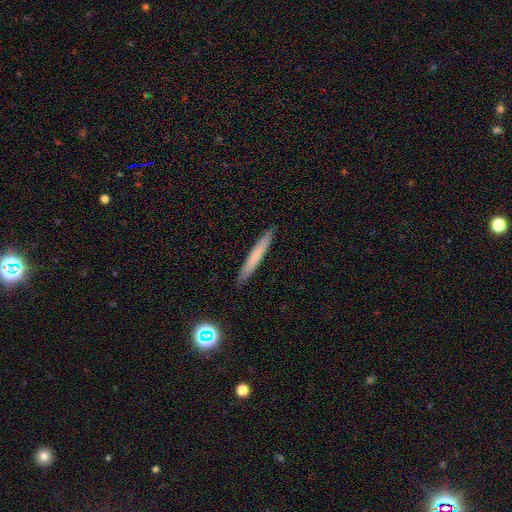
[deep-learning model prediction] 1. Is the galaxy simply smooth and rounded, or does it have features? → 65% smooth, 28% featured or disk, 7% star or artifact.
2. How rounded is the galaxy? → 96% cigar-shaped, 3% in between, 1% round.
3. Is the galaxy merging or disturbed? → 91% none, 7% minor disturbance, 1% major disturbance, 1% merger.